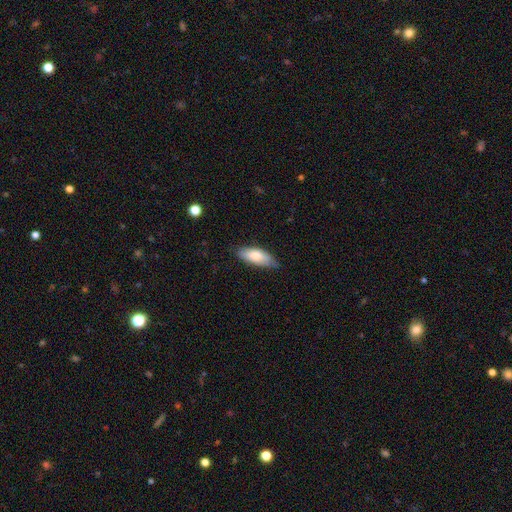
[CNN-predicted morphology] This is likely a smooth galaxy (78%). How rounded: likely in between (77%). Merging: likely none (76%).